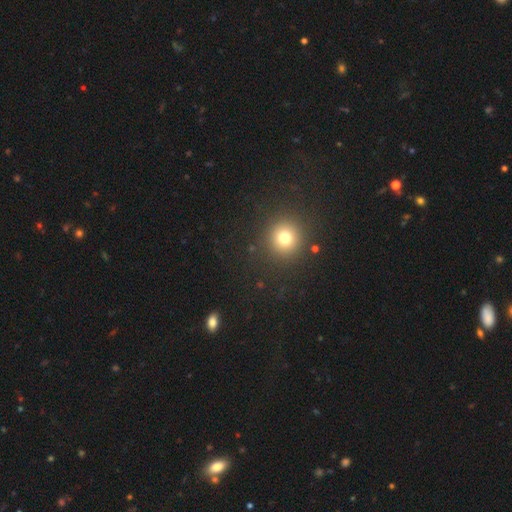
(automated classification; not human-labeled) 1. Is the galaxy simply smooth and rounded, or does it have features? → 59% smooth, 35% star or artifact, 6% featured or disk.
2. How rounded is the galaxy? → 91% round, 8% in between, 1% cigar-shaped.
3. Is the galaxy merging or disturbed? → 91% none, 5% minor disturbance, 2% major disturbance, 1% merger.